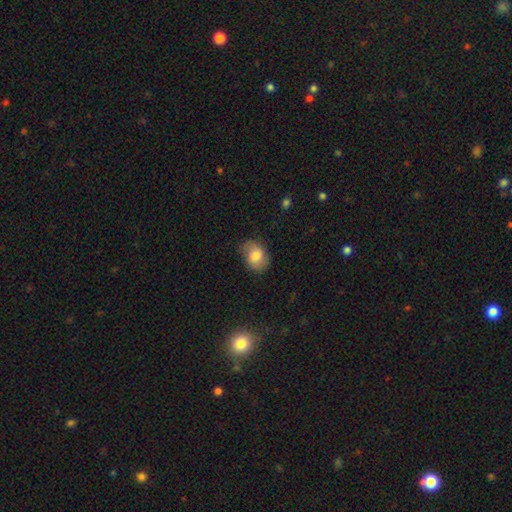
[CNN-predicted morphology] smooth 78%, featured or disk 14%, star or artifact 8%. Down the decision tree: how rounded — in between (67%); merging — none (69%).